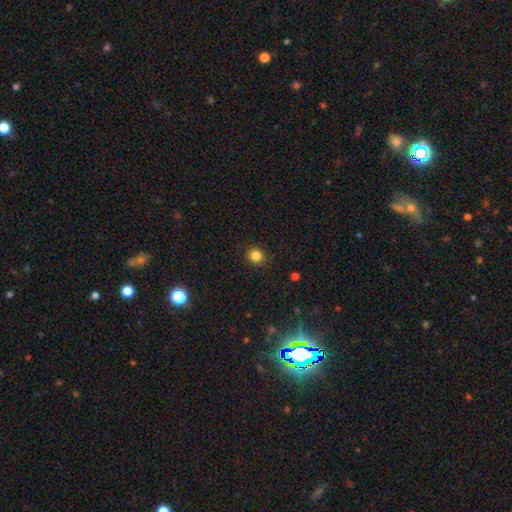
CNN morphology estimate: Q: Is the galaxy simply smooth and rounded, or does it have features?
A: smooth — 84%.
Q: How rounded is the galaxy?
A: round — 89%.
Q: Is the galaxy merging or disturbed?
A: none — 89%.